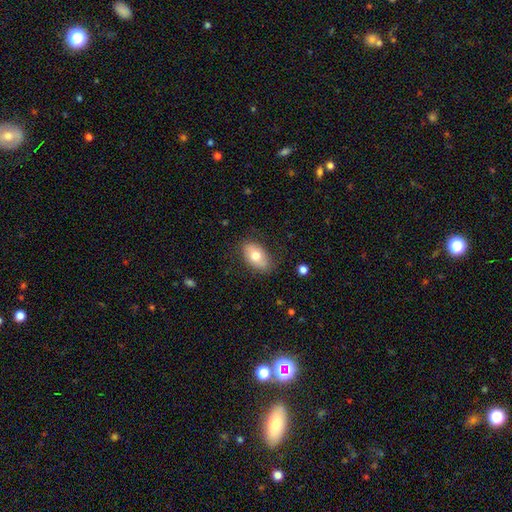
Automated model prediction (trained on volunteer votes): smooth 72%, featured or disk 21%, star or artifact 7%. Down the decision tree: how rounded — in between (91%); merging — none (81%).